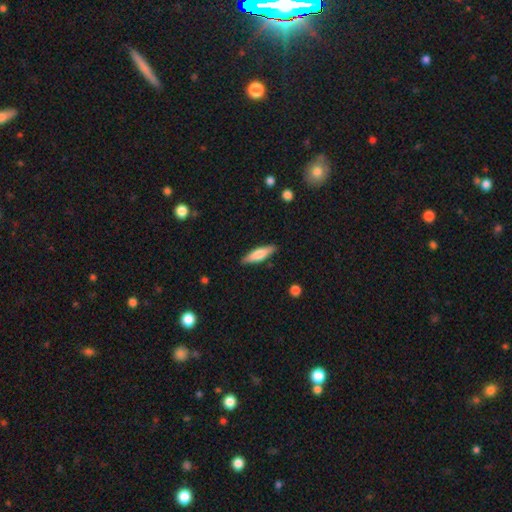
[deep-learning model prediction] Smooth or featured?
  - smooth: 66% *
  - featured or disk: 28%
  - star or artifact: 6%
How rounded?
  - cigar-shaped: 66% *
  - in between: 32%
  - round: 2%
Merging?
  - none: 87% *
  - minor disturbance: 10%
  - major disturbance: 2%
  - merger: 1%